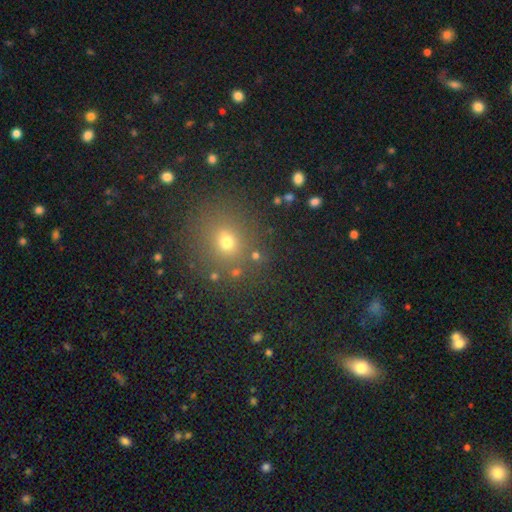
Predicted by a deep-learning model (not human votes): Smooth or featured? Predicted: smooth (p=0.64). How rounded? Predicted: round (p=0.78). Merging? Predicted: none (p=0.82).